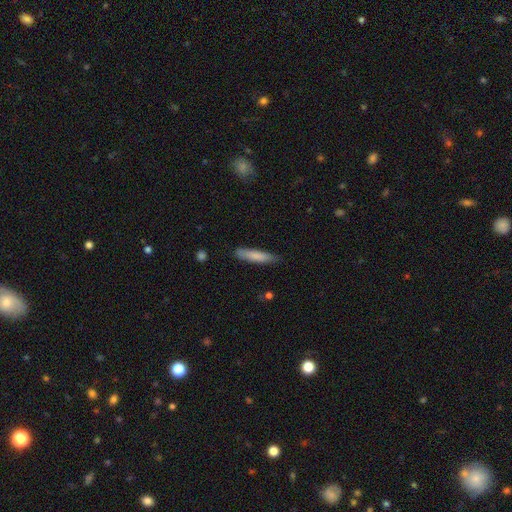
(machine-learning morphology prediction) smooth-or-featured: smooth: 80% | featured or disk: 15% | star or artifact: 6%
  how-rounded: cigar-shaped: 85% | in between: 13% | round: 1%
  merging: none: 82% | minor disturbance: 15% | major disturbance: 2% | merger: 1%